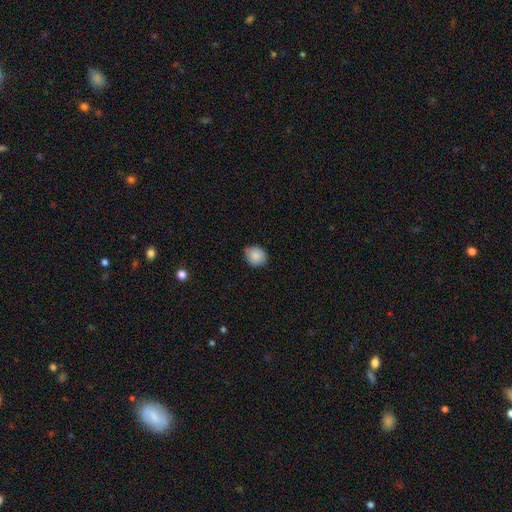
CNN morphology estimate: A smooth galaxy with no disk features (87%) that is round (80%).

Vote fractions:
- Smooth or featured? smooth: 87% / star or artifact: 8% / featured or disk: 5%
- How rounded? round: 80% / in between: 19% / cigar-shaped: 1%
- Merging? none: 77% / minor disturbance: 19% / major disturbance: 2% / merger: 1%